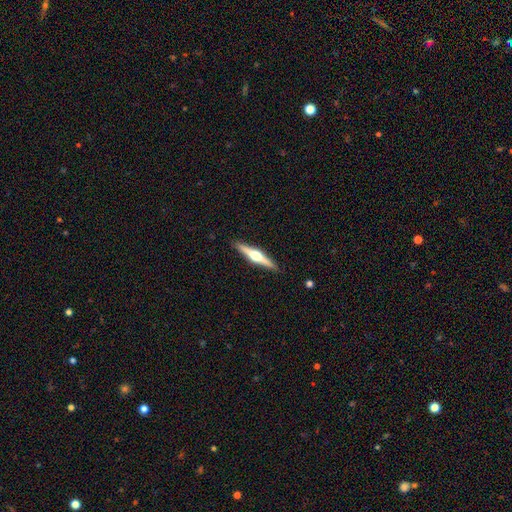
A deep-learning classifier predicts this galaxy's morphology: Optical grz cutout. It shows a featured or disk galaxy (77%) viewed edge-on (98%) with a rounded central bulge (96%). Merging: none (92%).